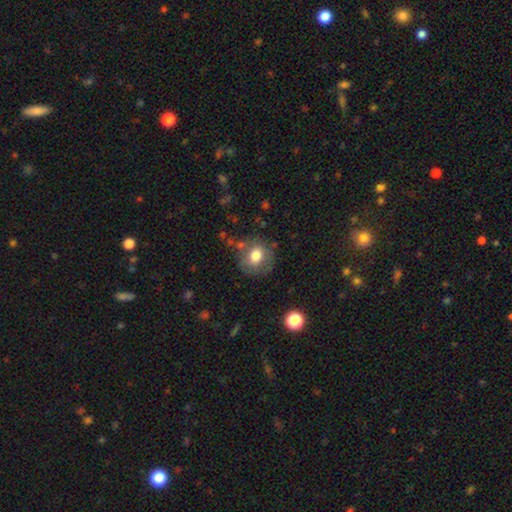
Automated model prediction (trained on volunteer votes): Smooth or featured?
  - smooth: 73% *
  - featured or disk: 17%
  - star or artifact: 10%
How rounded?
  - round: 78% *
  - in between: 21%
  - cigar-shaped: 1%
Merging?
  - none: 72% *
  - minor disturbance: 17%
  - major disturbance: 7%
  - merger: 4%